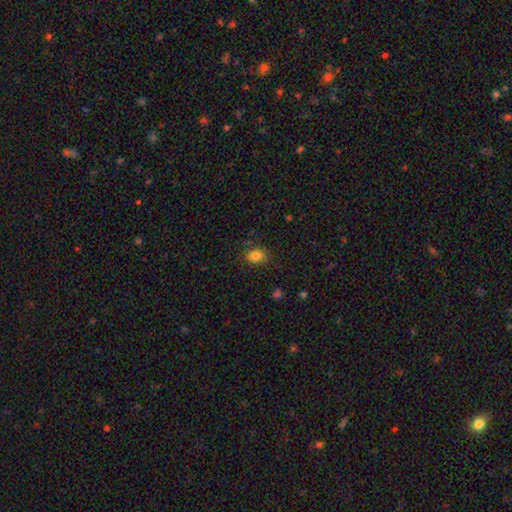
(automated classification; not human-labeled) smooth 83%, star or artifact 11%, featured or disk 6%. Down the decision tree: how rounded — in between (66%); merging — none (80%).